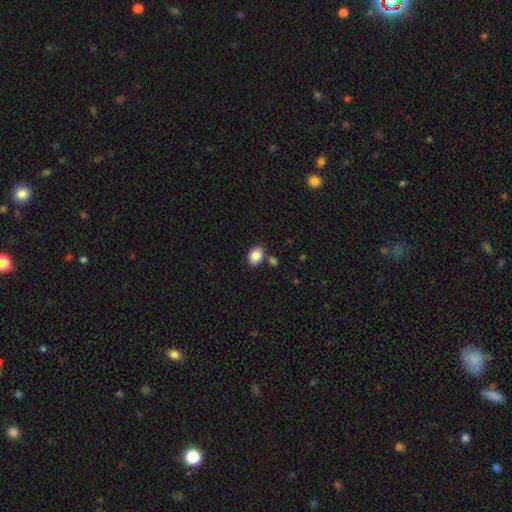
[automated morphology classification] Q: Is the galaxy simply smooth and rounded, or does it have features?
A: smooth — 88%.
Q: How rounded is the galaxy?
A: in between — 75%.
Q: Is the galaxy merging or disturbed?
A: none — 73%.